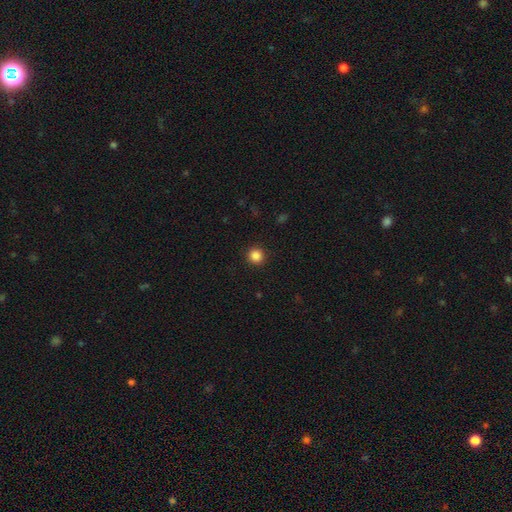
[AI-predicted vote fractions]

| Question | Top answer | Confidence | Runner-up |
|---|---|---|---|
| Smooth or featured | smooth | 86% | star or artifact (11%) |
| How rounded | round | 94% | in between (5%) |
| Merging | none | 92% | minor disturbance (5%) |